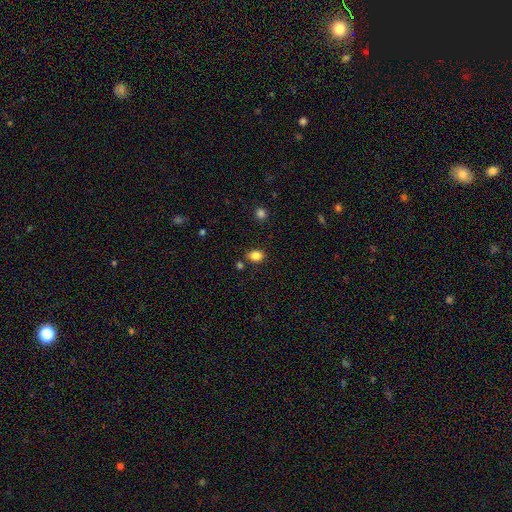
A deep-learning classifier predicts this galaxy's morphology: Smooth or featured?
  - smooth: 85% *
  - star or artifact: 11%
  - featured or disk: 5%
How rounded?
  - in between: 69% *
  - round: 30%
  - cigar-shaped: 1%
Merging?
  - none: 80% *
  - minor disturbance: 12%
  - merger: 5%
  - major disturbance: 3%